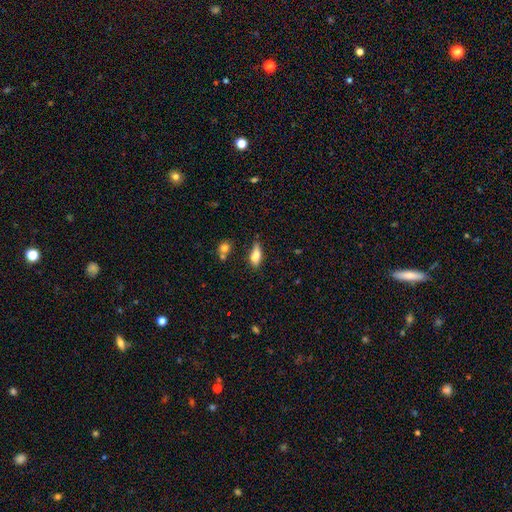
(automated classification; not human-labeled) Smooth or featured?
  - smooth: 71% *
  - featured or disk: 21%
  - star or artifact: 8%
How rounded?
  - in between: 68% *
  - cigar-shaped: 28%
  - round: 3%
Merging?
  - none: 61% *
  - minor disturbance: 24%
  - merger: 8%
  - major disturbance: 6%